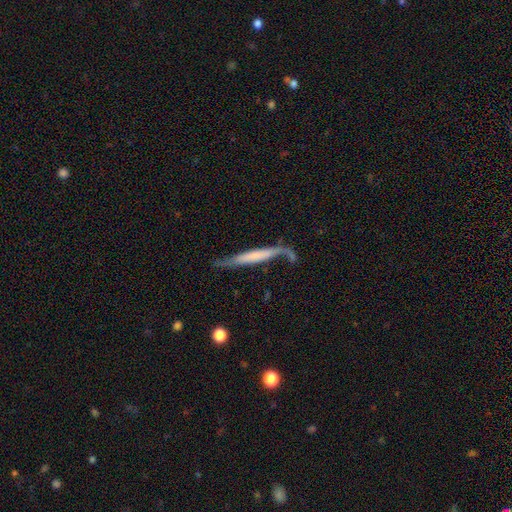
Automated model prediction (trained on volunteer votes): Q: Smooth or featured?
A: featured or disk (54%); runner-up: smooth (40%)
Q: Edge-on disk?
A: yes (74%); runner-up: no (26%)
Q: Merging?
A: none (45%); runner-up: minor disturbance (27%)